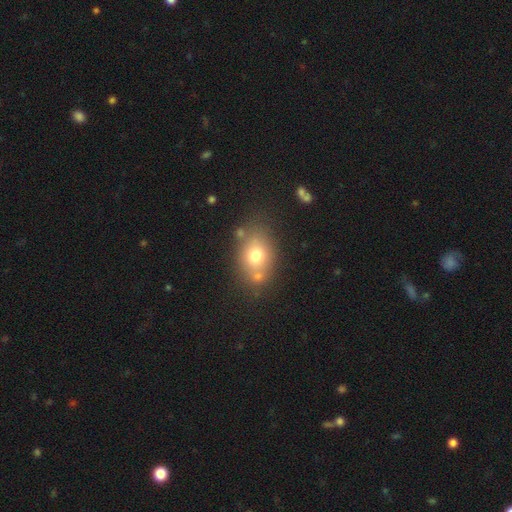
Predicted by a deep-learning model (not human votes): The model was most divided on "how rounded": in between: 61%, round: 37%, cigar-shaped: 1%. More confident: smooth or featured — smooth (71%); merging — none (64%).